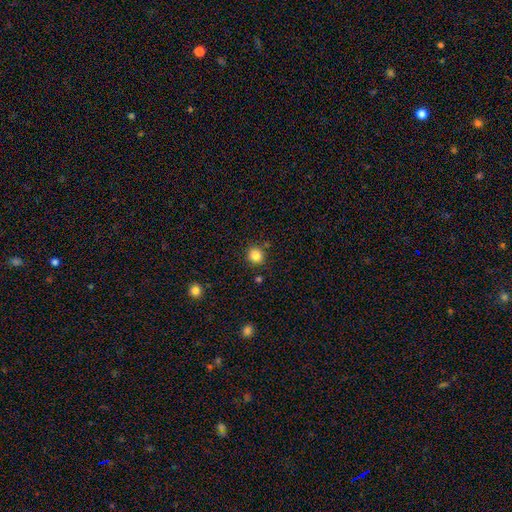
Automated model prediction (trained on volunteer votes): The model was most divided on "smooth or featured": smooth: 84%, star or artifact: 11%, featured or disk: 4%. More confident: how rounded — round (91%); merging — none (86%).